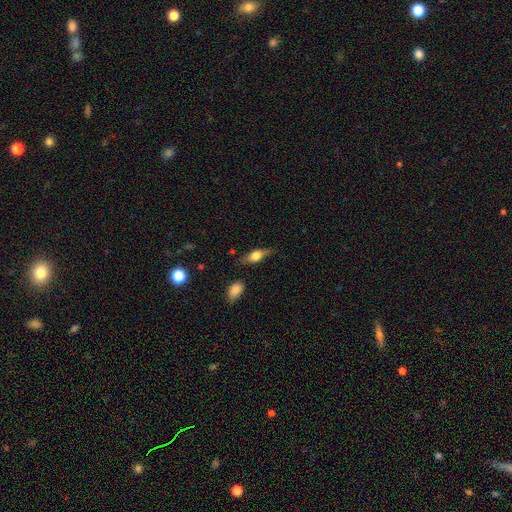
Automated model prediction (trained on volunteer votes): Smooth or featured: smooth — 52% (featured or disk — 40%)
How rounded: in between — 64% (cigar-shaped — 29%)
Merging: none — 74% (minor disturbance — 19%)